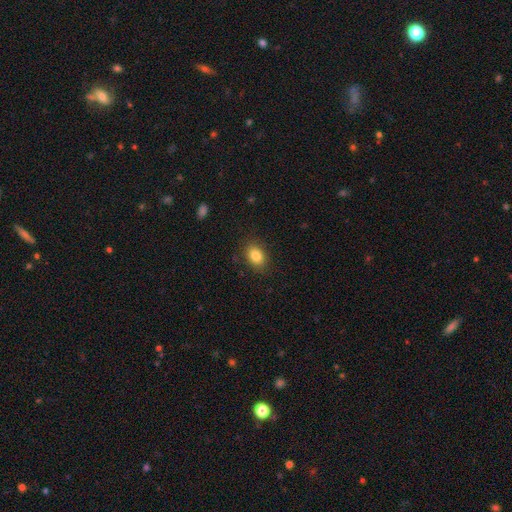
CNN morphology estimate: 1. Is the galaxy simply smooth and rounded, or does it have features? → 84% smooth, 9% star or artifact, 7% featured or disk.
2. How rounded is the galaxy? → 73% in between, 26% round, 1% cigar-shaped.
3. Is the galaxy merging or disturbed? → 86% none, 10% minor disturbance, 3% major disturbance, 1% merger.